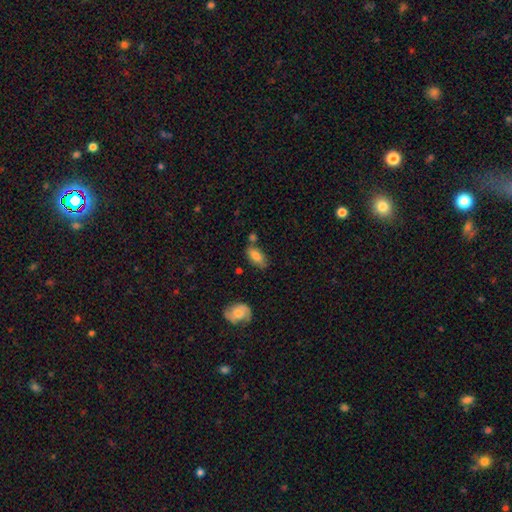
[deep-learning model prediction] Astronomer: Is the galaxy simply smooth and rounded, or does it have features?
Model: smooth — 79%.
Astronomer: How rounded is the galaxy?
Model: in between — 88%.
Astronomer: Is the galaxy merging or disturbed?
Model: none — 63%.